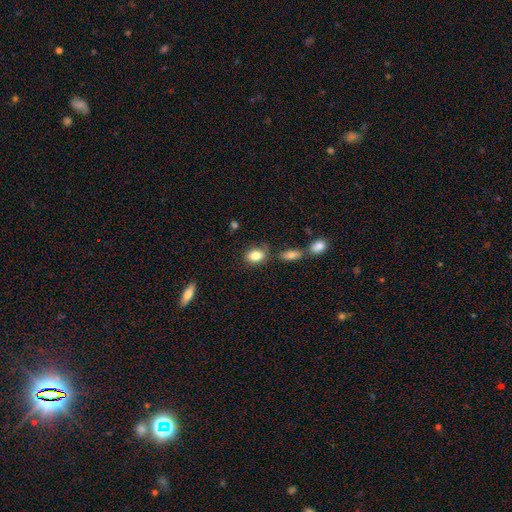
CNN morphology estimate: A smooth galaxy with no disk features (83%) that is in between round and cigar-shaped (69%).

Vote fractions:
- Smooth or featured? smooth: 83% / star or artifact: 9% / featured or disk: 8%
- How rounded? in between: 69% / round: 29% / cigar-shaped: 2%
- Merging? none: 71% / minor disturbance: 17% / merger: 8% / major disturbance: 4%